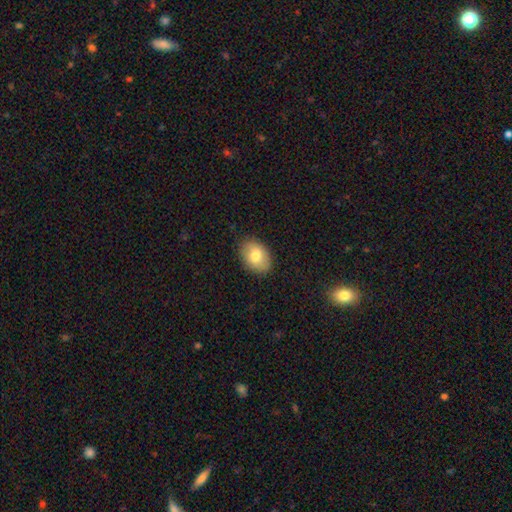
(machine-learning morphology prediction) Smooth or featured: smooth — 77% (featured or disk — 16%)
How rounded: in between — 81% (round — 18%)
Merging: none — 86% (minor disturbance — 11%)